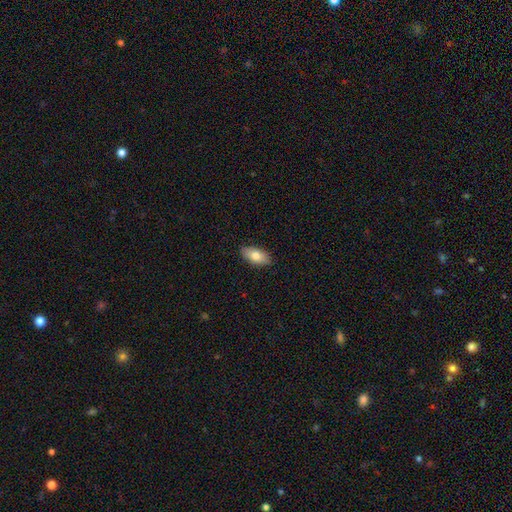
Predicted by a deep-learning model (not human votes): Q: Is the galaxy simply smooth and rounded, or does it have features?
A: smooth — 79%.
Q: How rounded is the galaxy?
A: in between — 92%.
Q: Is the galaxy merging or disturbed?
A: none — 88%.